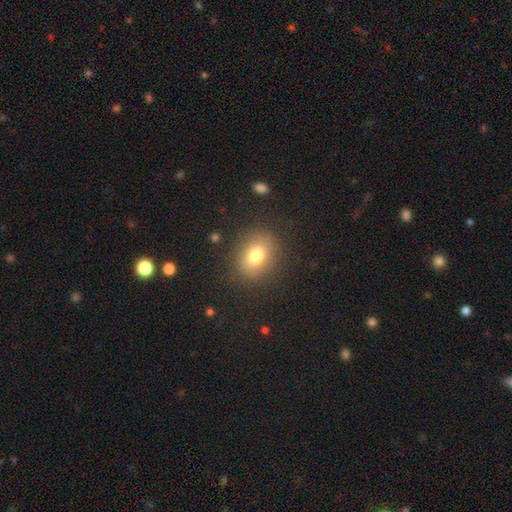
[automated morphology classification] type=smooth (78%); roundness=in between (54%); merging=none (85%).